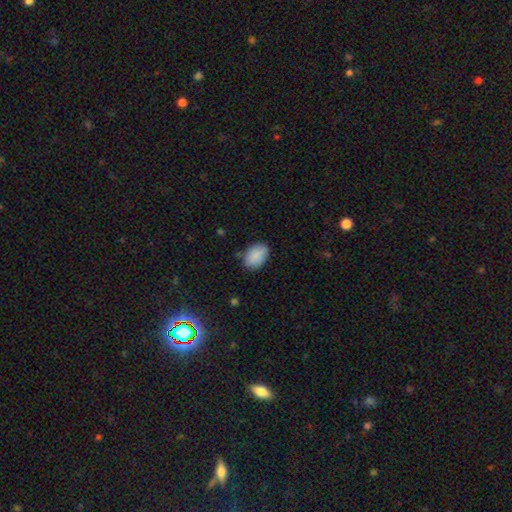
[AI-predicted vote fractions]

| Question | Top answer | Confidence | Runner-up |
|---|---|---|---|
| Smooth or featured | smooth | 88% | star or artifact (7%) |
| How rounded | in between | 86% | round (12%) |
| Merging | none | 81% | minor disturbance (15%) |